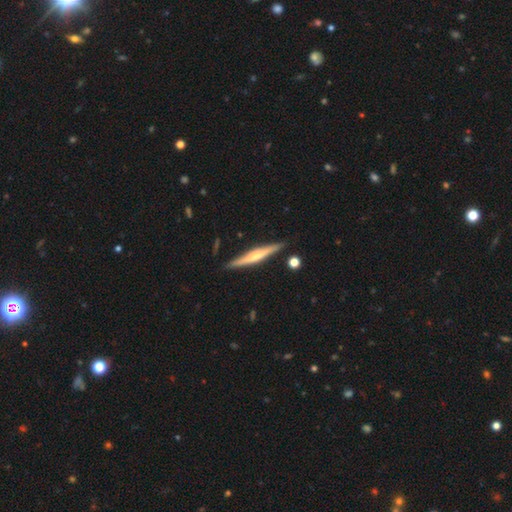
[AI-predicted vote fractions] This is likely a featured or disk galaxy (65%). It is clearly viewed edge-on (97%). Edge-on bulge: likely rounded (78%). Merging: clearly none (89%).